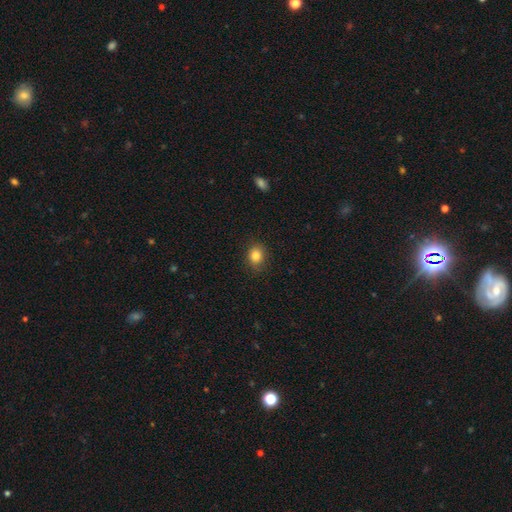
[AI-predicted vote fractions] Smooth or featured? Predicted: smooth (p=0.84). How rounded? Predicted: round (p=0.67). Merging? Predicted: none (p=0.85).